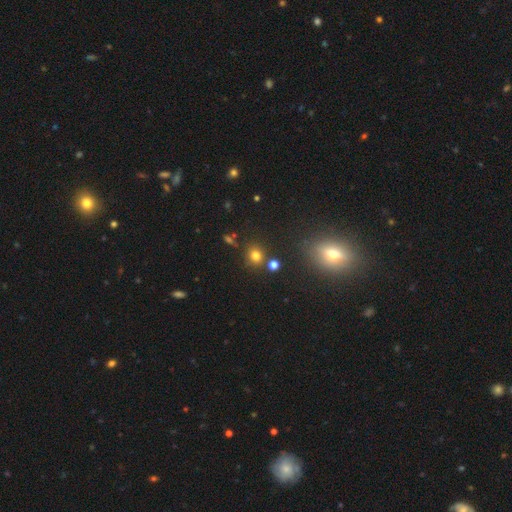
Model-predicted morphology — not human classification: Smooth or featured? Predicted: smooth (p=0.74). How rounded? Predicted: round (p=0.80). Merging? Predicted: none (p=0.78).